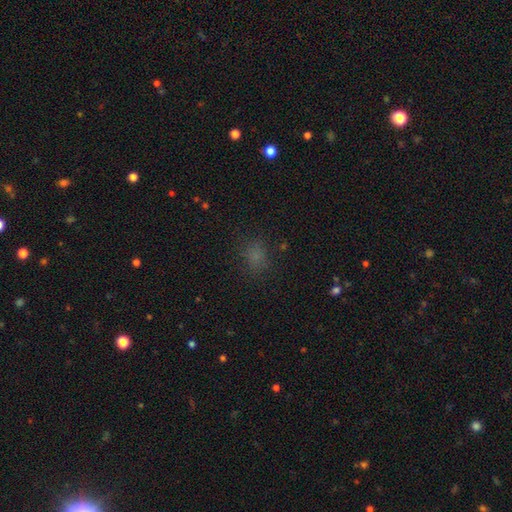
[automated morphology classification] The model was most divided on "how rounded": round: 58%, in between: 40%, cigar-shaped: 2%. More confident: merging — none (79%); smooth or featured — smooth (72%).